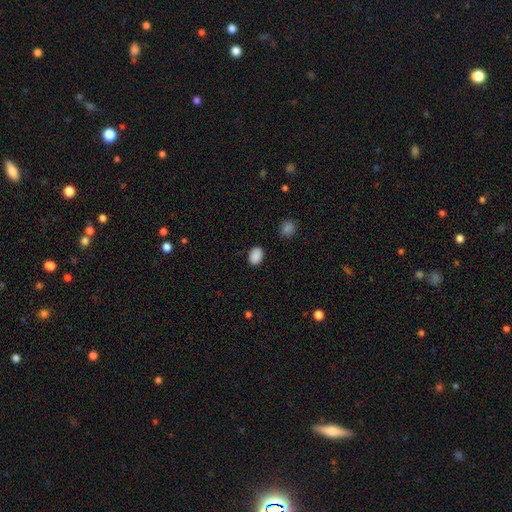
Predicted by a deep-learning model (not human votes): smooth_or_featured: smooth (p=0.89) [alt: star or artifact p=0.08]
how_rounded: in between (p=0.79) [alt: round p=0.20]
merging: none (p=0.87) [alt: minor disturbance p=0.09]